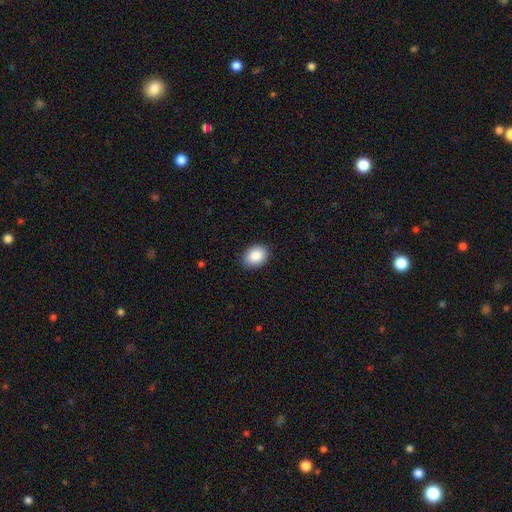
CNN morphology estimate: smooth 89%, star or artifact 7%, featured or disk 4%. Down the decision tree: how rounded — in between (70%); merging — none (88%).